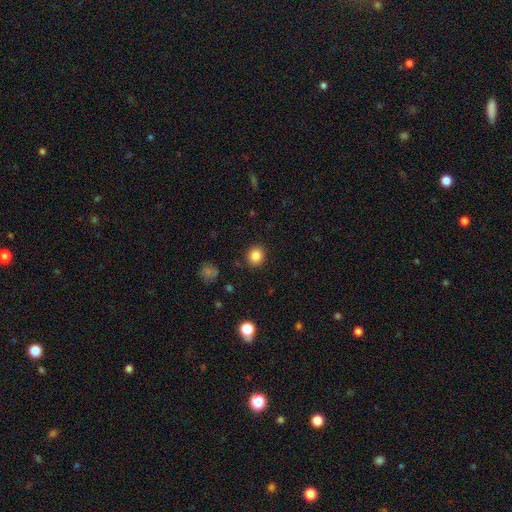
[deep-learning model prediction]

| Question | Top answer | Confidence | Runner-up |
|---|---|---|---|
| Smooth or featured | smooth | 85% | star or artifact (10%) |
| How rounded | round | 78% | in between (21%) |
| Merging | none | 90% | minor disturbance (7%) |